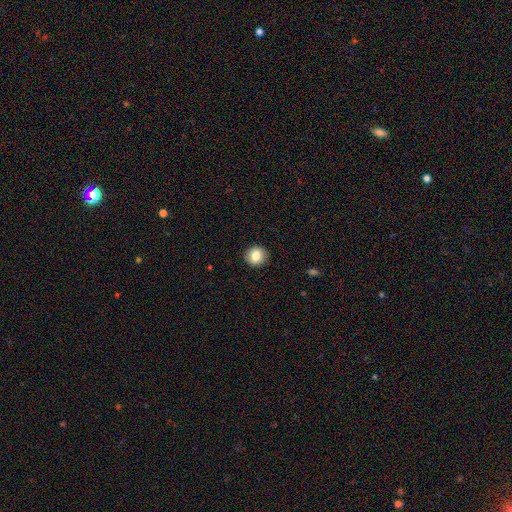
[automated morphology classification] type=smooth (82%); roundness=round (87%); merging=none (91%).